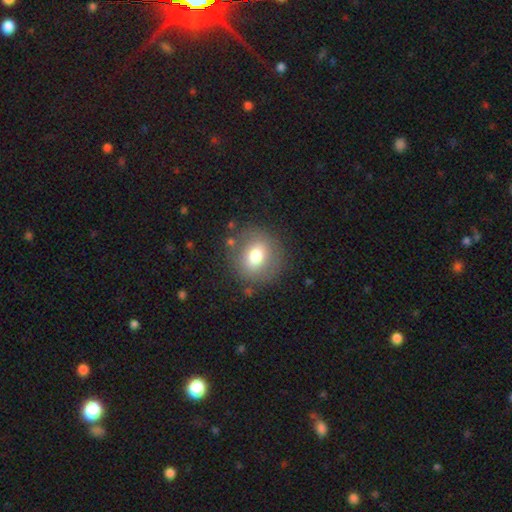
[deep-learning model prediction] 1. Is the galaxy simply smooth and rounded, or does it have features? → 70% smooth, 20% featured or disk, 10% star or artifact.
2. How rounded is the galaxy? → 83% round, 16% in between, 1% cigar-shaped.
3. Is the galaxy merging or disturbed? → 82% none, 11% minor disturbance, 5% major disturbance, 2% merger.